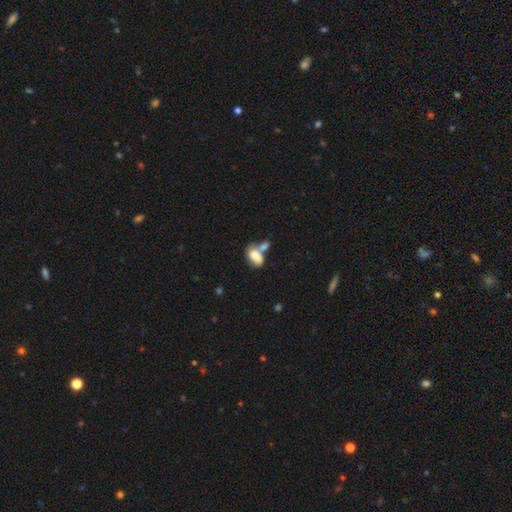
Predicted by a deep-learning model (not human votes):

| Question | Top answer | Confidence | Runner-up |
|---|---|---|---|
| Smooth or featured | smooth | 73% | featured or disk (19%) |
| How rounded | in between | 90% | round (7%) |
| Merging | merger | 54% | none (25%) |